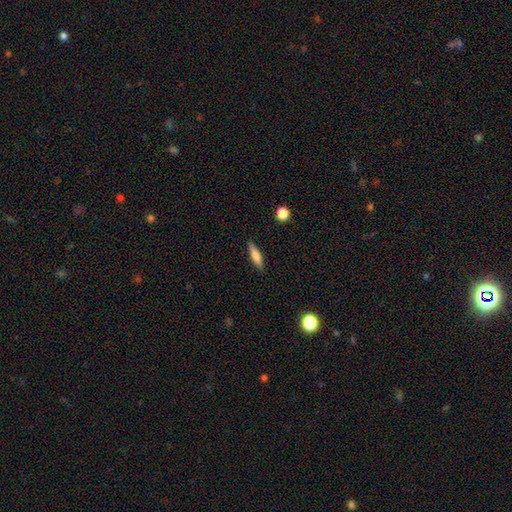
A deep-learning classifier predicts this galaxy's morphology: Smooth or featured? Predicted: smooth (p=0.66). How rounded? Predicted: cigar-shaped (p=0.72). Merging? Predicted: none (p=0.88).